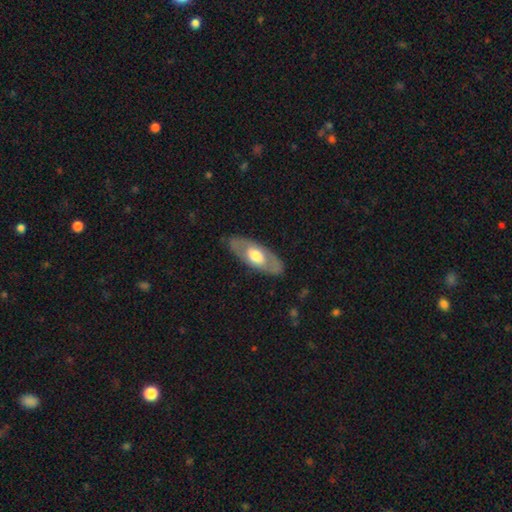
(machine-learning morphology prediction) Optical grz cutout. It shows a featured or disk galaxy (50%). Merging: none (83%).